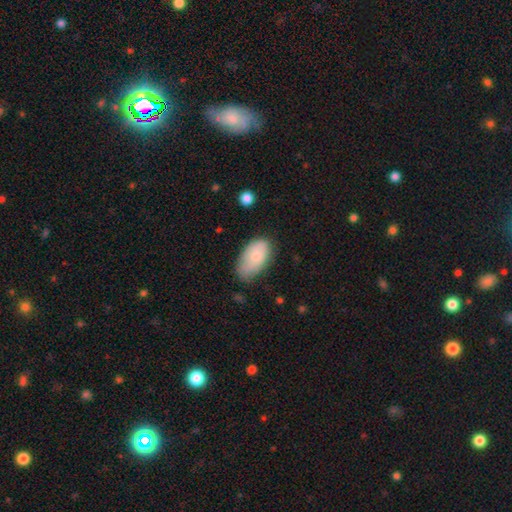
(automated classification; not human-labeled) Overall: smooth (81%). How rounded: in between (95%). Merging: none (62%; minor disturbance 30%).